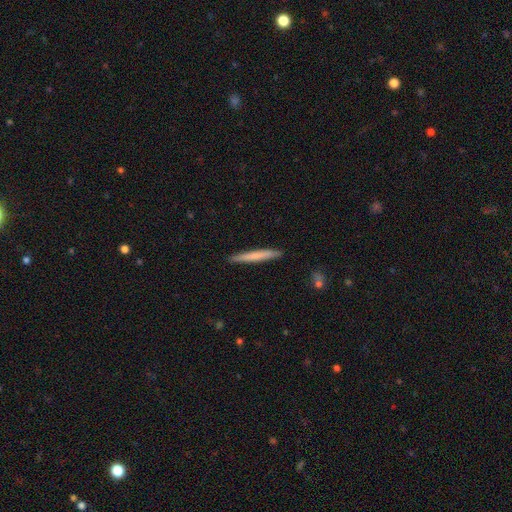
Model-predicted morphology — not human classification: Overall: smooth (67%; featured or disk 28%). How rounded: cigar-shaped (97%). Merging: none (91%).